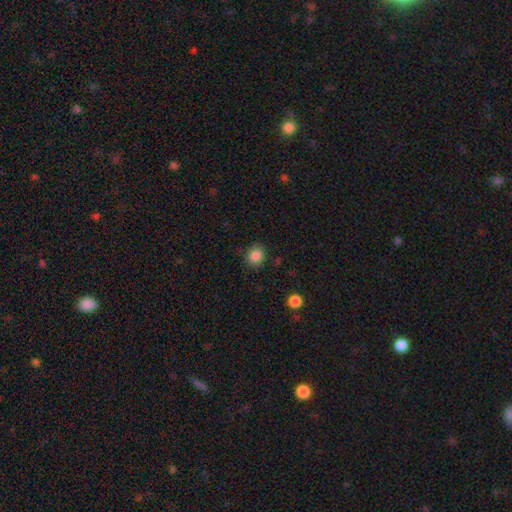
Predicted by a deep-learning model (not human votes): smooth 85%, star or artifact 10%, featured or disk 5%. Down the decision tree: how rounded — round (78%); merging — none (86%).